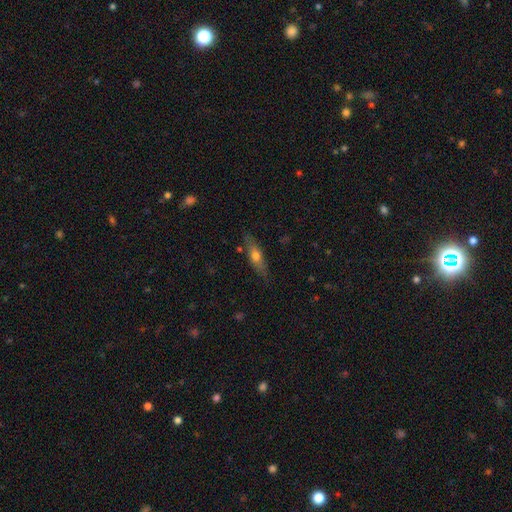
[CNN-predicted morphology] Smooth or featured: smooth — 52% (featured or disk — 41%)
How rounded: cigar-shaped — 58% (in between — 39%)
Merging: none — 78% (minor disturbance — 16%)